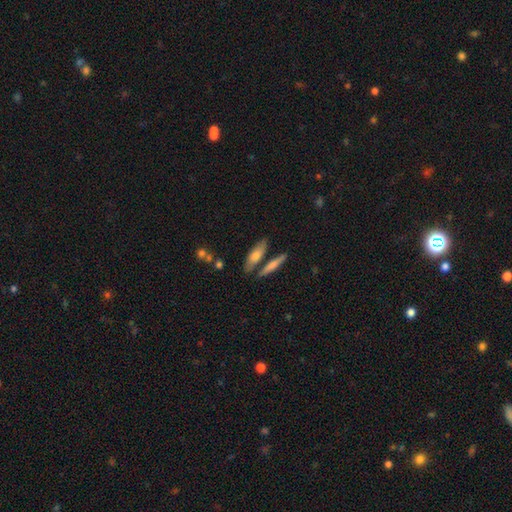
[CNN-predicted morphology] A smooth galaxy with no disk features (65%) that is cigar-shaped (56%).

Vote fractions:
- Smooth or featured? smooth: 65% / featured or disk: 29% / star or artifact: 6%
- How rounded? cigar-shaped: 56% / in between: 41% / round: 3%
- Merging? none: 66% / merger: 17% / minor disturbance: 13% / major disturbance: 4%